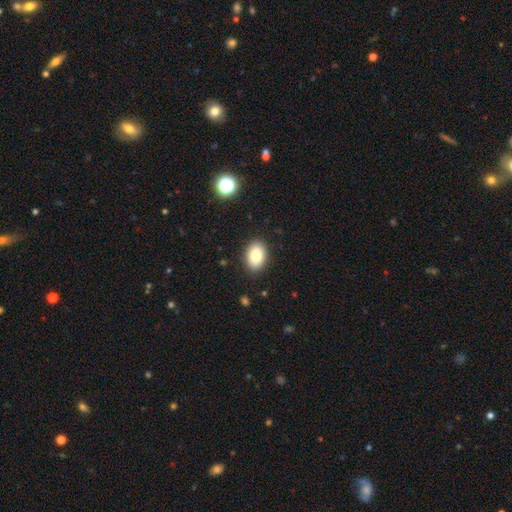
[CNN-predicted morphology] Smooth or featured? smooth (83%)
How rounded? in between (85%)
Merging? none (88%)